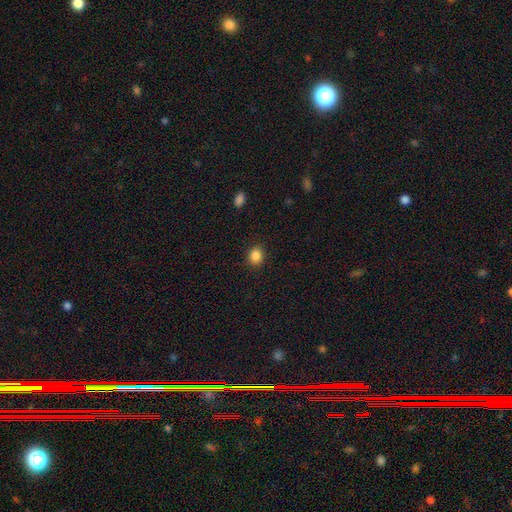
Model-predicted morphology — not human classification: Smooth or featured? Predicted: smooth (p=0.86). How rounded? Predicted: round (p=0.69). Merging? Predicted: none (p=0.90).